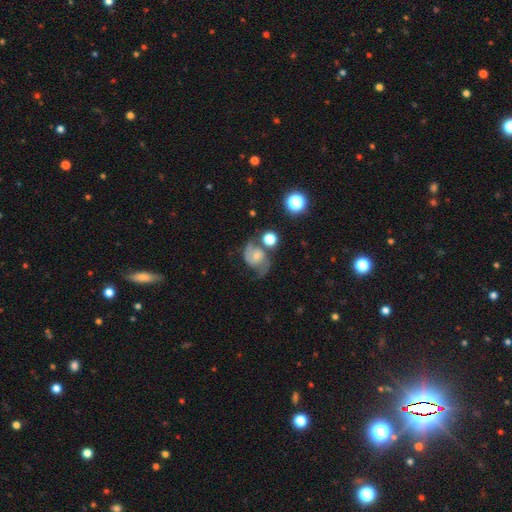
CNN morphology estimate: A featured or disk galaxy (72%) with no bar (58%), 2 (87%) medium (50%) spiral arms (93%) and a small central bulge (50%).

Vote fractions:
- Smooth or featured? featured or disk: 72% / smooth: 19% / star or artifact: 10%
- Edge-on disk? no: 98% / yes: 2%
- Bar? no: 58% / weak: 35% / strong: 8%
- Spiral arms? yes: 93% / no: 7%
- Spiral winding? medium: 50% / loose: 35% / tight: 16%
- Spiral arm count? 2: 87% / can't tell: 5% / 1: 4% / 3: 1% / 4: 1% / more than 4: 1%
- Bulge size? small: 50% / moderate: 33% / none: 9% / large: 5% / dominant: 2%
- Merging? none: 51% / minor disturbance: 21% / major disturbance: 15% / merger: 13%